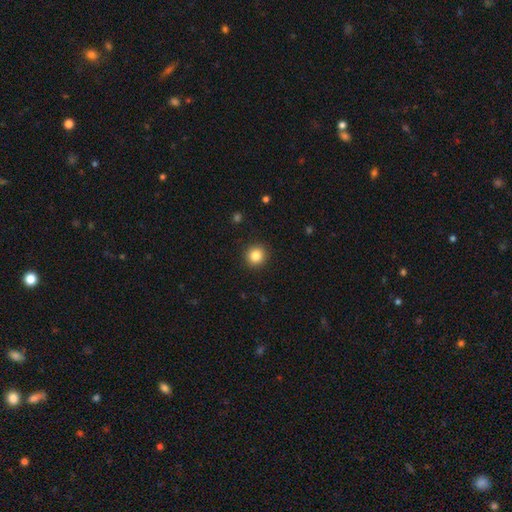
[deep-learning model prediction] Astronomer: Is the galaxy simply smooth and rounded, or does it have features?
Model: smooth — 84%.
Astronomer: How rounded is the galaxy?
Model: round — 93%.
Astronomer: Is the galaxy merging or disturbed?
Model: none — 92%.